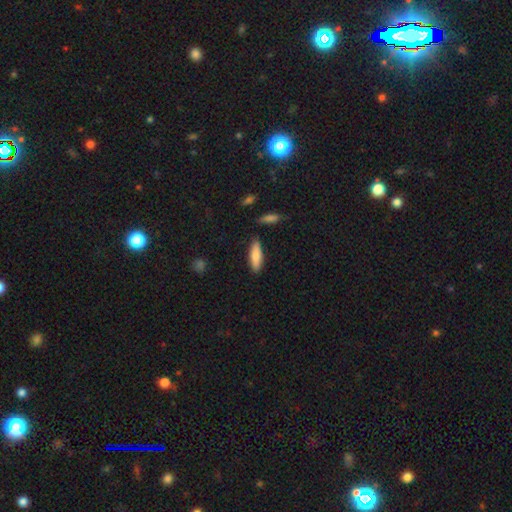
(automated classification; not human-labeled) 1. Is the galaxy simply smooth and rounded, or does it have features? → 81% smooth, 14% featured or disk, 6% star or artifact.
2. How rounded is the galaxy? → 52% cigar-shaped, 47% in between, 2% round.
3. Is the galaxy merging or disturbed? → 85% none, 11% minor disturbance, 3% merger, 2% major disturbance.